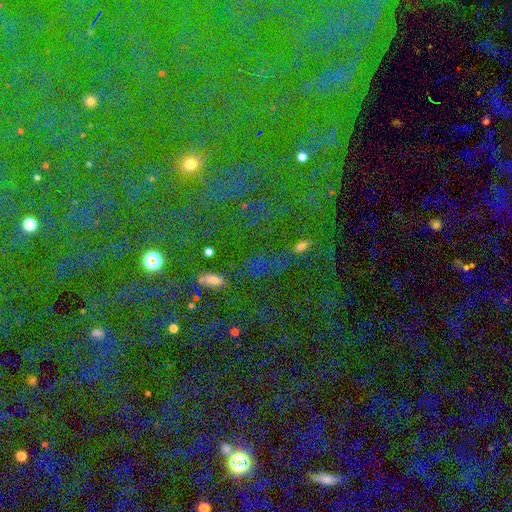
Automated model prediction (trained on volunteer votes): smooth_or_featured: star or artifact (p=0.80) [alt: smooth p=0.11]